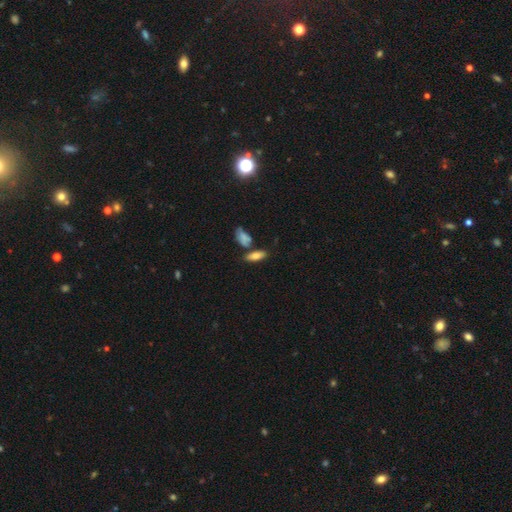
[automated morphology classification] Smooth or featured?
  - smooth: 76% *
  - featured or disk: 16%
  - star or artifact: 8%
How rounded?
  - in between: 76% *
  - cigar-shaped: 21%
  - round: 3%
Merging?
  - none: 61% *
  - merger: 20%
  - minor disturbance: 15%
  - major disturbance: 4%